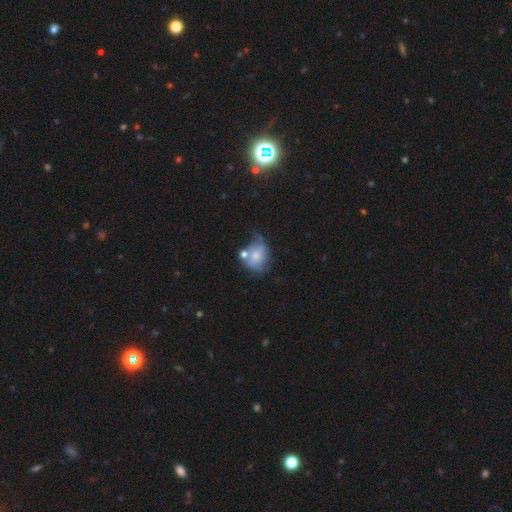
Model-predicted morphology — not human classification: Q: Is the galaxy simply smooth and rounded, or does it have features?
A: smooth — 54%.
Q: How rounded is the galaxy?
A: in between — 59%.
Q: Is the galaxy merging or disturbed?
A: none — 28%.